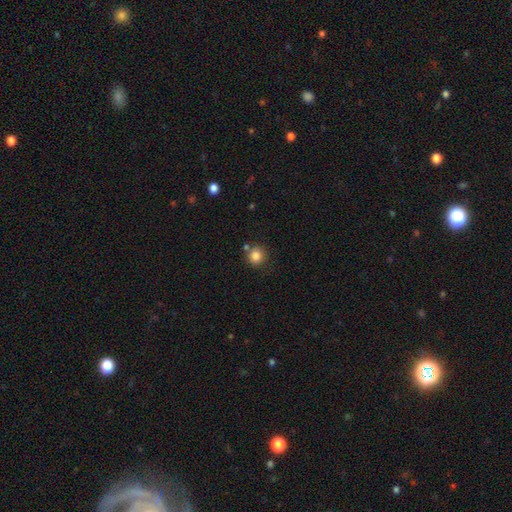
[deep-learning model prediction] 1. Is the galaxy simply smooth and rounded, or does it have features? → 84% smooth, 11% star or artifact, 5% featured or disk.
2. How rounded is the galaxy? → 88% round, 11% in between, 1% cigar-shaped.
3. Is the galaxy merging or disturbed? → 75% none, 11% merger, 11% minor disturbance, 3% major disturbance.